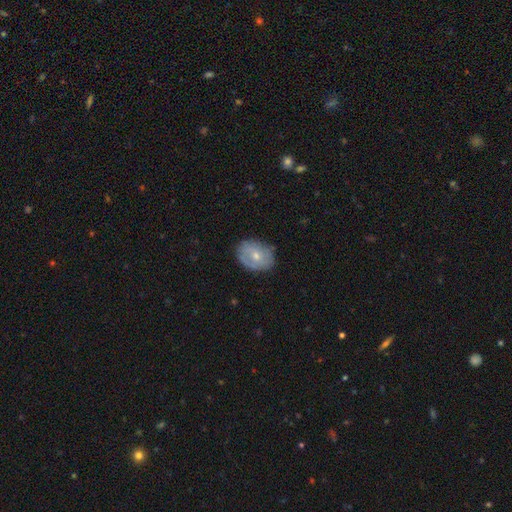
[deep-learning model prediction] smooth-or-featured: smooth: 52% | featured or disk: 41% | star or artifact: 7%
  how-rounded: in between: 59% | round: 40% | cigar-shaped: 1%
  merging: none: 74% | minor disturbance: 20% | major disturbance: 5% | merger: 1%